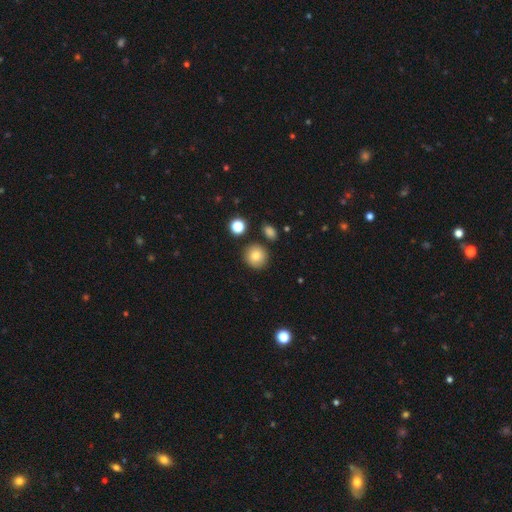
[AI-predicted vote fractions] Smooth or featured? smooth (81%)
How rounded? round (91%)
Merging? none (85%)